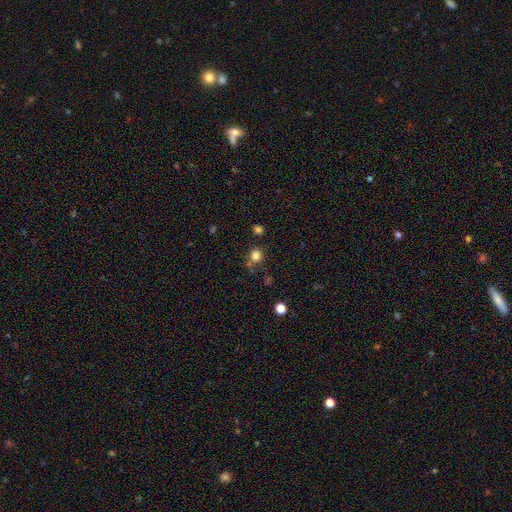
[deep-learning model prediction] smooth 80%, star or artifact 15%, featured or disk 5%. Down the decision tree: how rounded — round (86%); merging — none (75%).